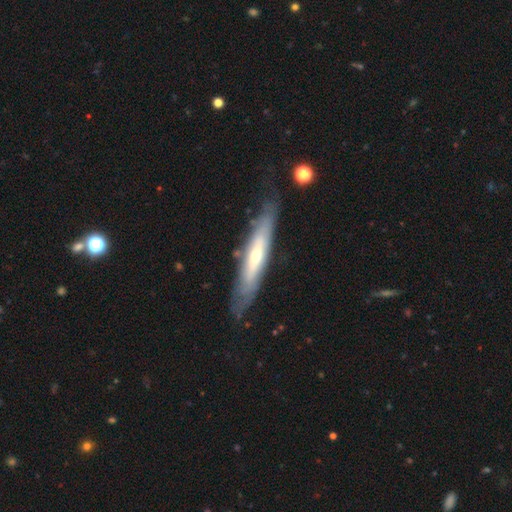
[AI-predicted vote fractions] The model was most divided on "edge-on disk": yes: 62%, no: 38%. More confident: merging — none (74%); smooth or featured — featured or disk (62%).